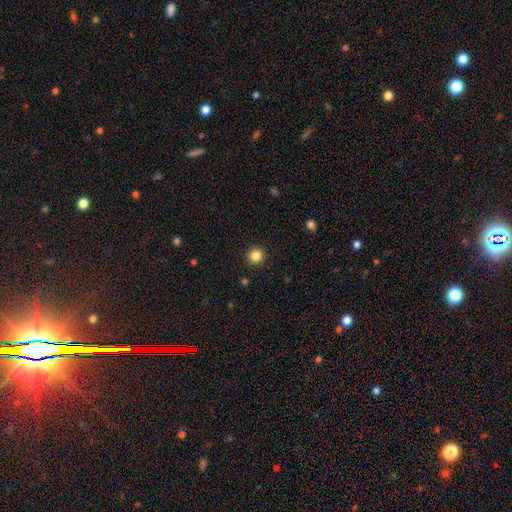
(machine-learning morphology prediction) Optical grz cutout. It shows a smooth galaxy with no disk features (84%) that is round (94%). Merging: none (92%).